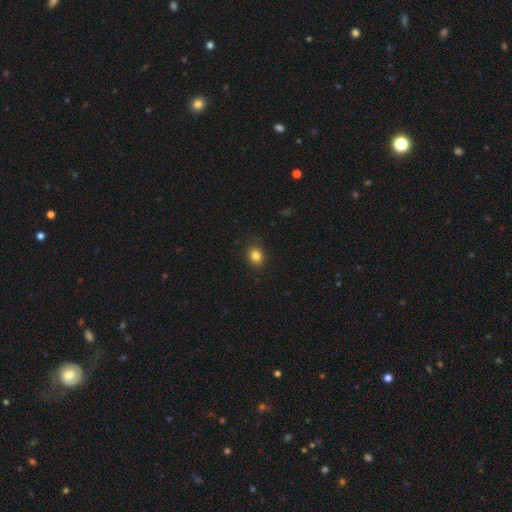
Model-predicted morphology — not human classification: The model was most divided on "how rounded": round: 57%, in between: 42%, cigar-shaped: 1%. More confident: merging — none (88%); smooth or featured — smooth (84%).